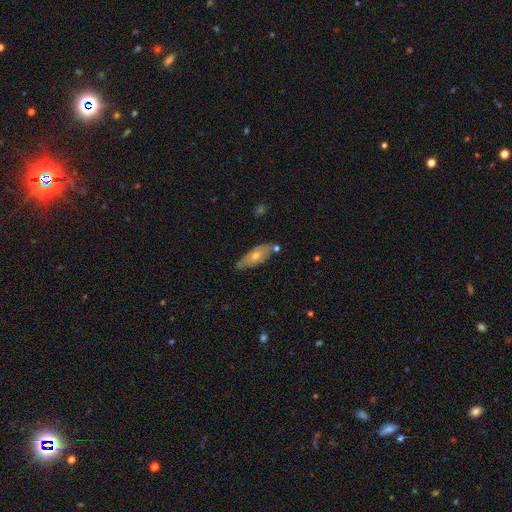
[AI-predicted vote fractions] Smooth or featured?
  - featured or disk: 47% *
  - smooth: 46%
  - star or artifact: 8%
Merging?
  - none: 73% *
  - minor disturbance: 20%
  - merger: 4%
  - major disturbance: 3%